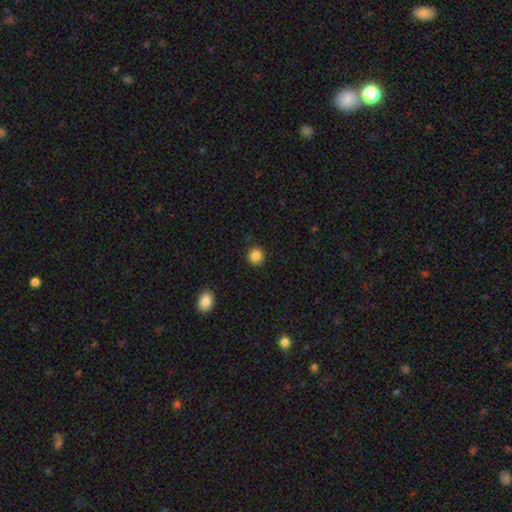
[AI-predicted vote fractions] Smooth or featured? smooth (86%)
How rounded? round (91%)
Merging? none (91%)